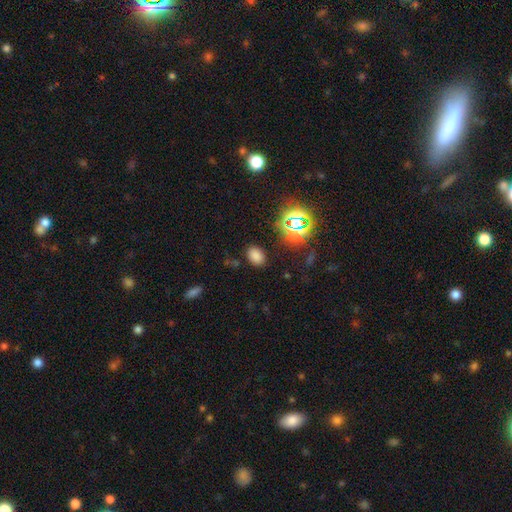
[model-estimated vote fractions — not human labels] This is likely a smooth galaxy (70%). How rounded: clearly in between (82%). Merging: clearly none (84%).